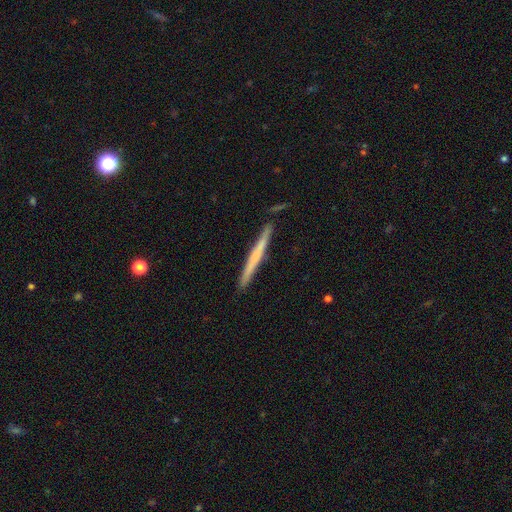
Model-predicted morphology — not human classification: This appears to be a featured or disk galaxy (47%, tied with smooth). Merging: none (88%).